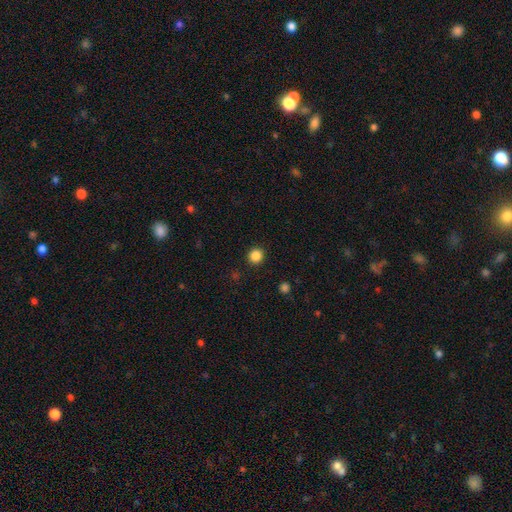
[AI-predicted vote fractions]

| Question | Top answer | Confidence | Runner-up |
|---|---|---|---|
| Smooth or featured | smooth | 86% | star or artifact (11%) |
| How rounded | round | 93% | in between (6%) |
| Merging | none | 92% | minor disturbance (5%) |